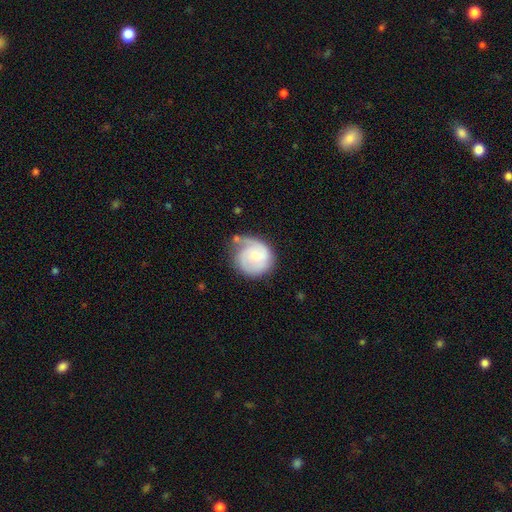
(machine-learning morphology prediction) smooth-or-featured: featured or disk: 62% | smooth: 32% | star or artifact: 6%
  disk-edge-on: no: 98% | yes: 2%
    bar: no: 64% | weak: 31% | strong: 4%
    has-spiral-arms: yes: 88% | no: 12%
      spiral-winding: tight: 48% | medium: 37% | loose: 15%
      spiral-arm-count: 2: 43% | 1: 29% | can't tell: 17% | 3: 7% | 4: 2% | more than 4: 2%
    bulge-size: small: 48% | moderate: 43% | none: 4% | large: 4% | dominant: 1%
  merging: none: 52% | minor disturbance: 29% | major disturbance: 14% | merger: 5%